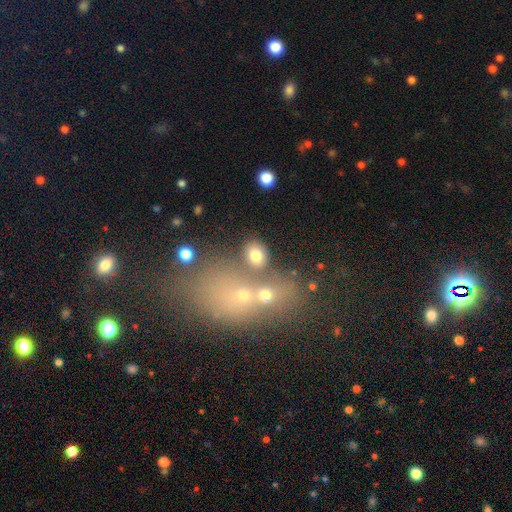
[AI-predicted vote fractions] Smooth or featured? Predicted: smooth (p=0.73). How rounded? Predicted: in between (p=0.50). Merging? Predicted: none (p=0.63).